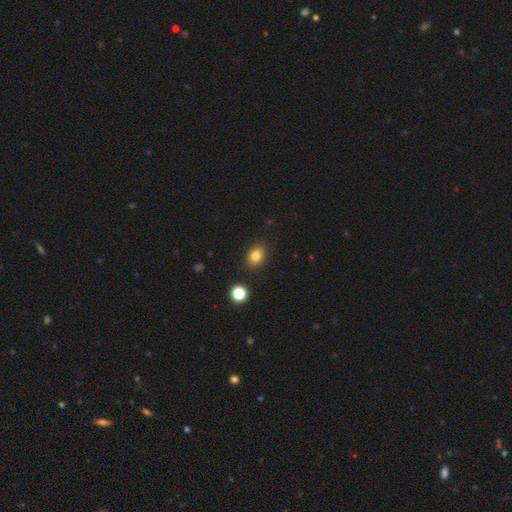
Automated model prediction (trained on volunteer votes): smooth_or_featured: smooth (p=0.80) [alt: star or artifact p=0.12]
how_rounded: in between (p=0.59) [alt: round p=0.40]
merging: none (p=0.88) [alt: minor disturbance p=0.08]